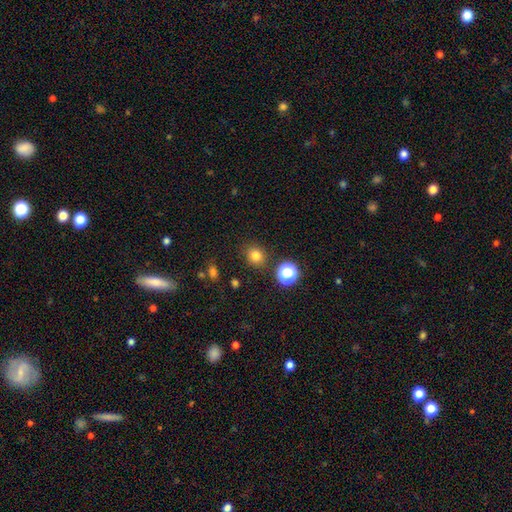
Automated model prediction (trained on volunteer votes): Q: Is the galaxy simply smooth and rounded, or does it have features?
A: smooth — 79%.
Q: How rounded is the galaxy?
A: round — 81%.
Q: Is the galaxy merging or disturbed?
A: none — 86%.